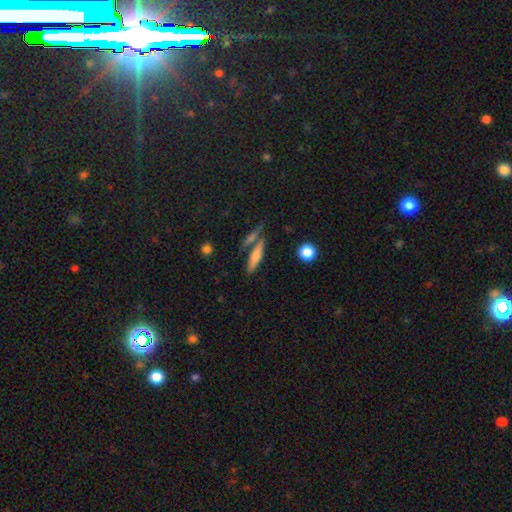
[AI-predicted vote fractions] Morphology: type=smooth (62%); roundness=cigar-shaped (75%); merging=none (64%).